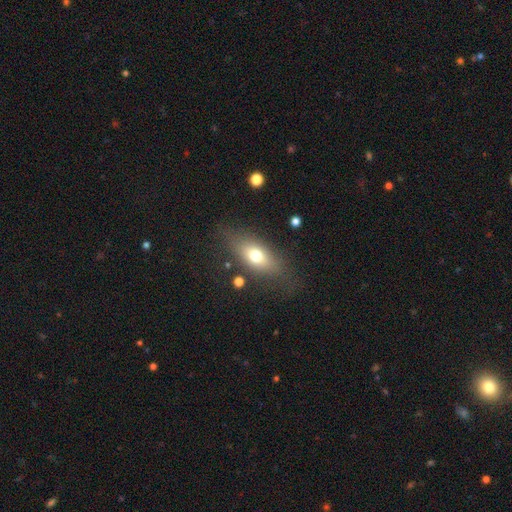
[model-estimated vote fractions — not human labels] smooth_or_featured: smooth (p=0.68) [alt: featured or disk p=0.22]
how_rounded: in between (p=0.77) [alt: cigar-shaped p=0.14]
merging: none (p=0.74) [alt: minor disturbance p=0.16]